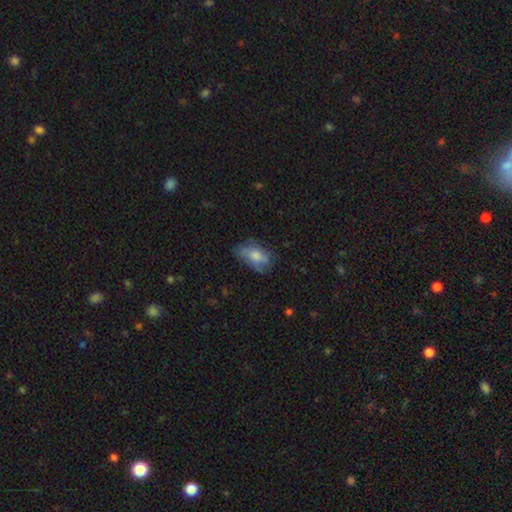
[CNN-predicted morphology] smooth 66%, featured or disk 25%, star or artifact 9%. Down the decision tree: how rounded — in between (88%); merging — none (60%).